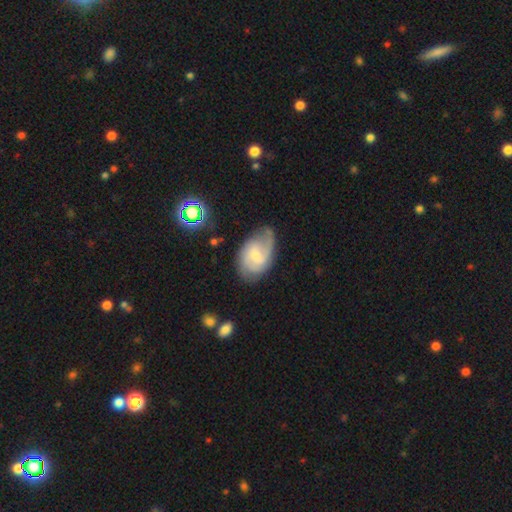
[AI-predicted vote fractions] Smooth or featured?
  - featured or disk: 72% *
  - smooth: 22%
  - star or artifact: 7%
Edge-on disk?
  - no: 97% *
  - yes: 3%
Bar?
  - weak: 48% *
  - no: 44%
  - strong: 7%
Spiral arms?
  - yes: 92% *
  - no: 8%
Spiral winding?
  - medium: 45% *
  - tight: 32%
  - loose: 23%
Spiral arm count?
  - 2: 52% *
  - can't tell: 23%
  - 3: 10%
  - 1: 9%
  - 4: 3%
  - more than 4: 3%
Bulge size?
  - small: 63% *
  - moderate: 25%
  - none: 9%
  - large: 2%
  - dominant: 1%
Merging?
  - none: 60% *
  - minor disturbance: 26%
  - major disturbance: 12%
  - merger: 3%